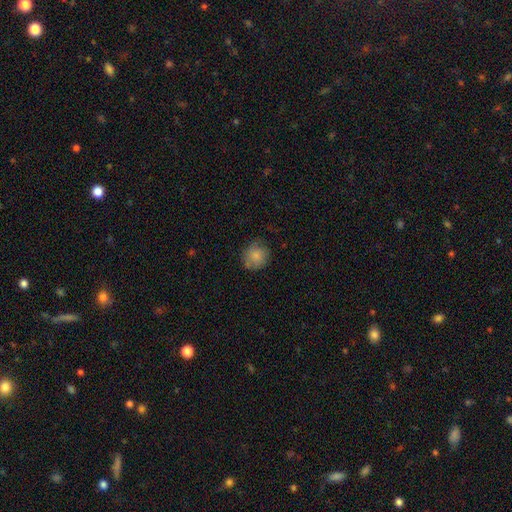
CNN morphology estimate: Smooth or featured? smooth (81%)
How rounded? round (85%)
Merging? none (68%)